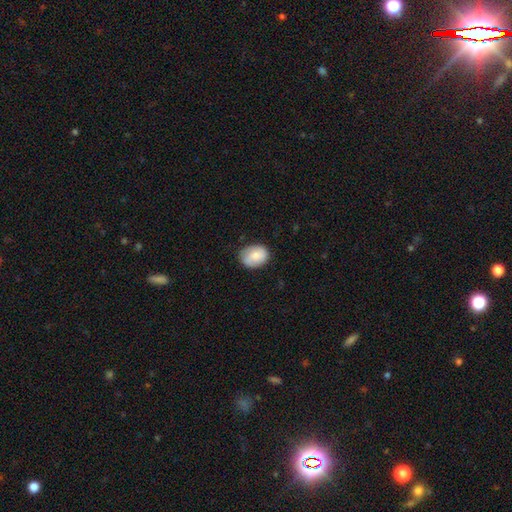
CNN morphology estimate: type=smooth (80%); roundness=in between (64%); merging=none (73%).